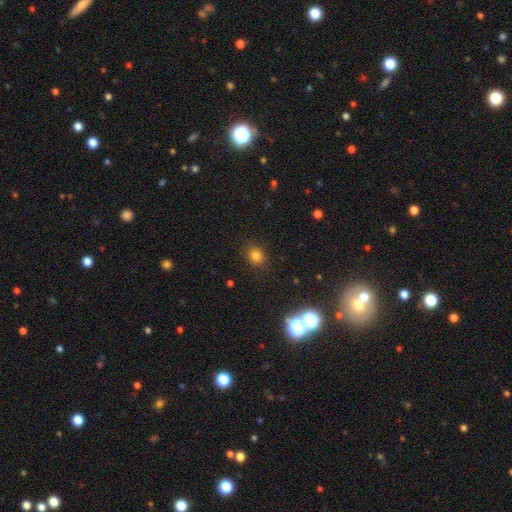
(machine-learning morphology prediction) Smooth or featured? smooth (79%)
How rounded? round (72%)
Merging? none (87%)